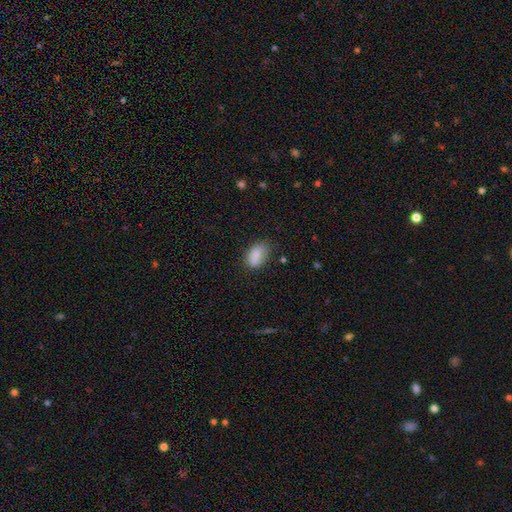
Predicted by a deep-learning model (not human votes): smooth_or_featured: smooth (p=0.86) [alt: star or artifact p=0.09]
how_rounded: in between (p=0.91) [alt: round p=0.07]
merging: none (p=0.67) [alt: minor disturbance p=0.25]